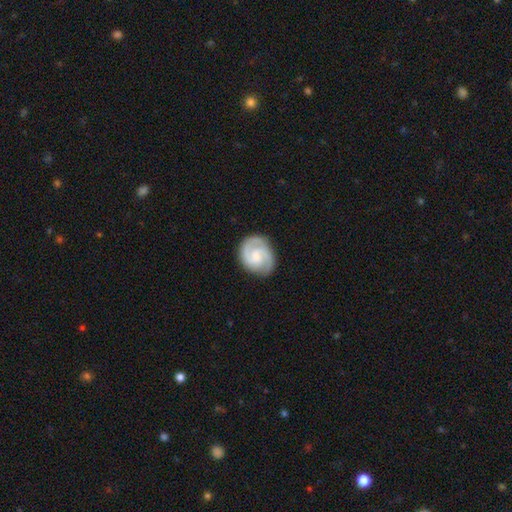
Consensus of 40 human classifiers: Q: Smooth or featured?
A: featured or disk (92%); runner-up: star or artifact (8%)
Q: Edge-on disk?
A: no (100%)
Q: Bar?
A: no (59%); runner-up: weak (38%)
Q: Spiral arms?
A: yes (100%)
Q: Spiral winding?
A: medium (59%); runner-up: tight (38%)
Q: Spiral arm count?
A: 2 (97%); runner-up: 3 (3%)
Q: Bulge size?
A: moderate (46%); runner-up: small (41%)
Q: Merging?
A: none (81%); runner-up: minor disturbance (19%)